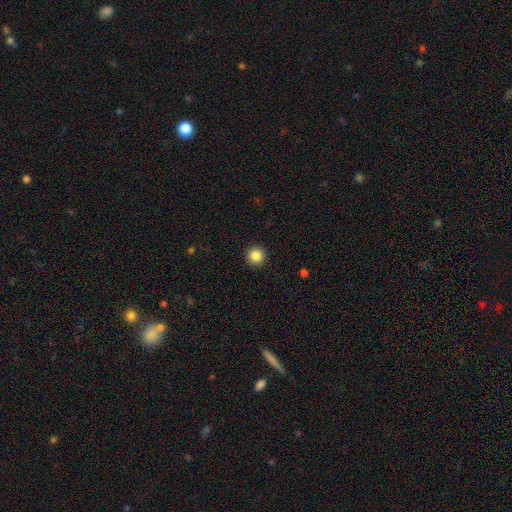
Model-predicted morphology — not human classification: A smooth galaxy with no disk features (86%) that is round (96%).

Vote fractions:
- Smooth or featured? smooth: 86% / star or artifact: 10% / featured or disk: 4%
- How rounded? round: 96% / in between: 3% / cigar-shaped: 1%
- Merging? none: 93% / minor disturbance: 4% / major disturbance: 2% / merger: 1%